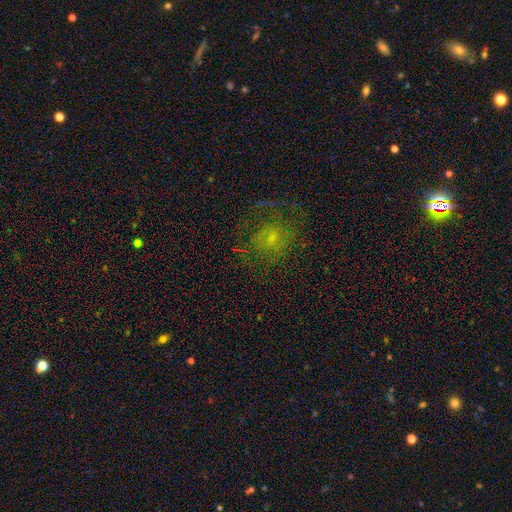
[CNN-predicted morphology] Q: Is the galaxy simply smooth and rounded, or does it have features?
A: featured or disk — 44%.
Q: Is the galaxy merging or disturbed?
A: none — 61%.